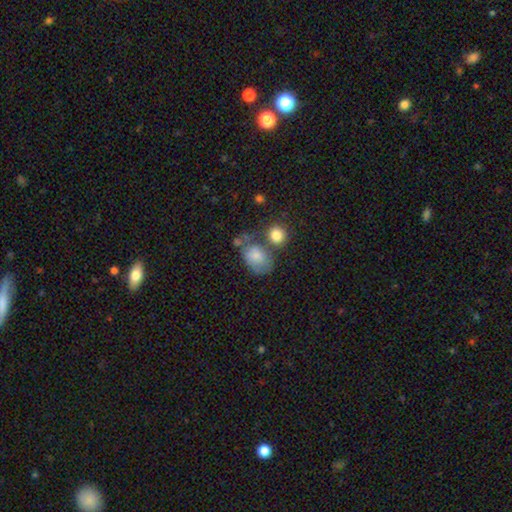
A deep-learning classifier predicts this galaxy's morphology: smooth 77%, featured or disk 15%, star or artifact 9%. Down the decision tree: how rounded — in between (69%); merging — none (39%).